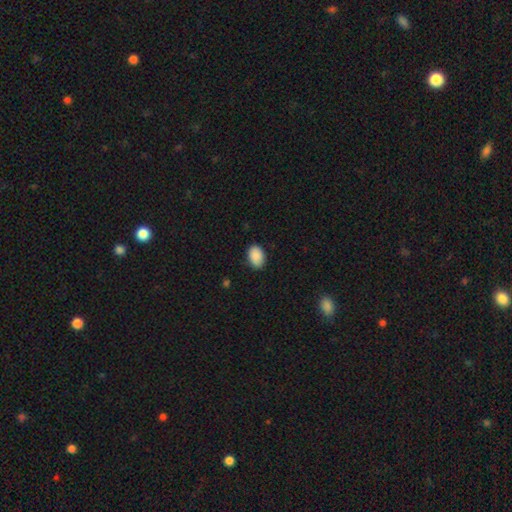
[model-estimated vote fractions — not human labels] Q: Smooth or featured?
A: smooth (90%); runner-up: star or artifact (7%)
Q: How rounded?
A: in between (86%); runner-up: round (13%)
Q: Merging?
A: none (85%); runner-up: minor disturbance (12%)